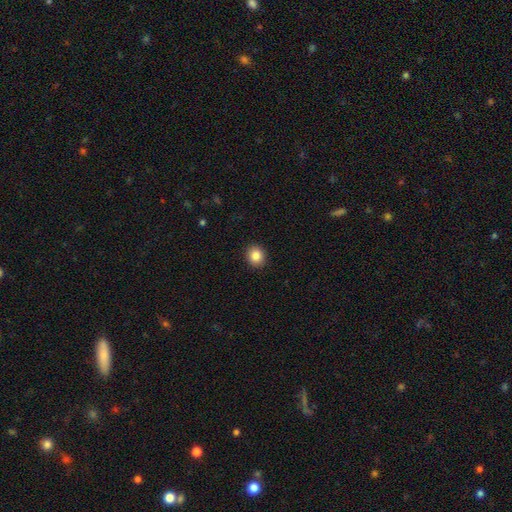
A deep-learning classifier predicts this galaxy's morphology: The model was most divided on "how rounded": round: 85%, in between: 14%, cigar-shaped: 1%. More confident: merging — none (93%); smooth or featured — smooth (85%).